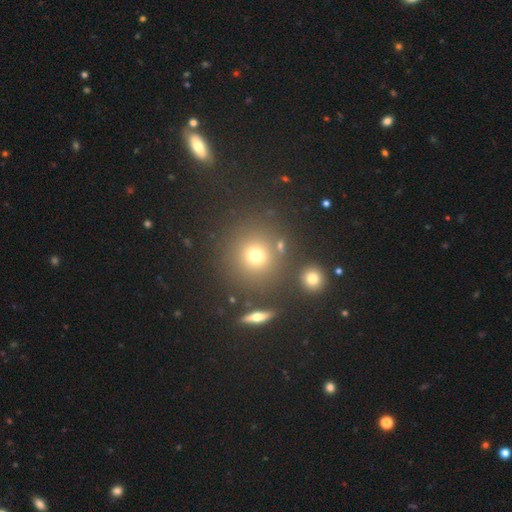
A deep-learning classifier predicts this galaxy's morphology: Smooth or featured? smooth (70%)
How rounded? round (91%)
Merging? none (80%)